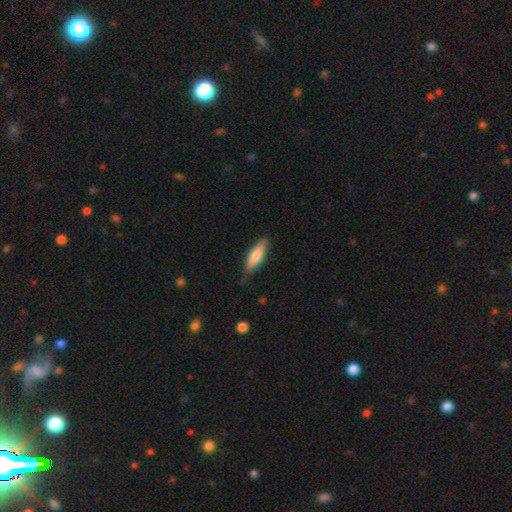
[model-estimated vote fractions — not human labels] This is likely a smooth galaxy (79%). How rounded: possibly in between (52%). Merging: likely none (77%).